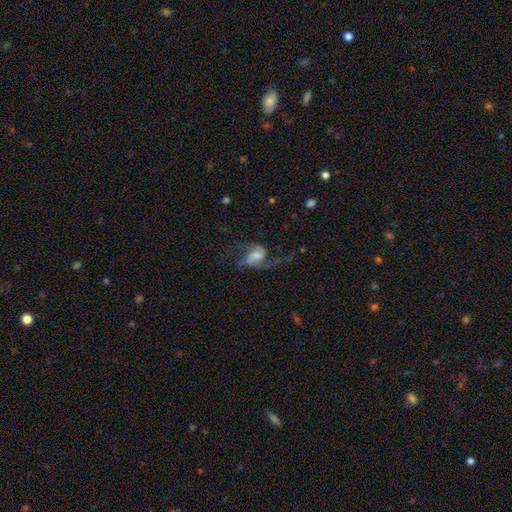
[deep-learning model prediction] Morphology: type=featured or disk (77%); edge-on=no (97%); bar=weak (50%); spiral arms=yes (93%); winding=loose (66%); arm count=2 (85%); bulge=moderate (41%); merging=none (49%).